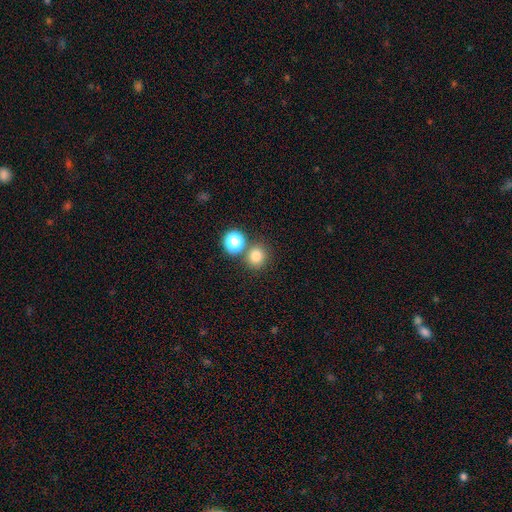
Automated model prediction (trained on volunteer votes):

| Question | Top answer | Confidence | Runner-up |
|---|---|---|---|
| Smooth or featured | smooth | 79% | star or artifact (15%) |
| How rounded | round | 84% | in between (15%) |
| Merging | none | 72% | merger (17%) |